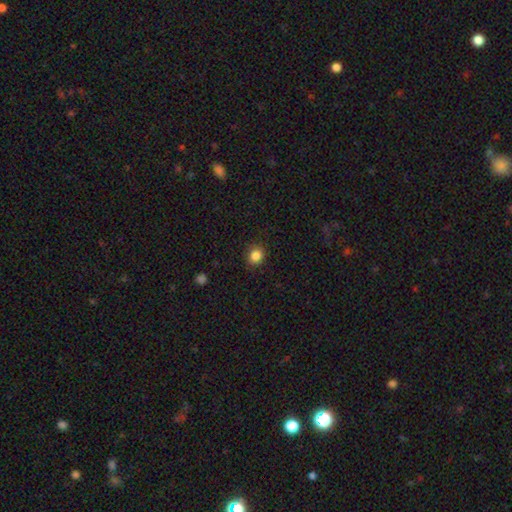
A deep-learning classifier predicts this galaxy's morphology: Smooth or featured? smooth (85%)
How rounded? round (80%)
Merging? none (89%)